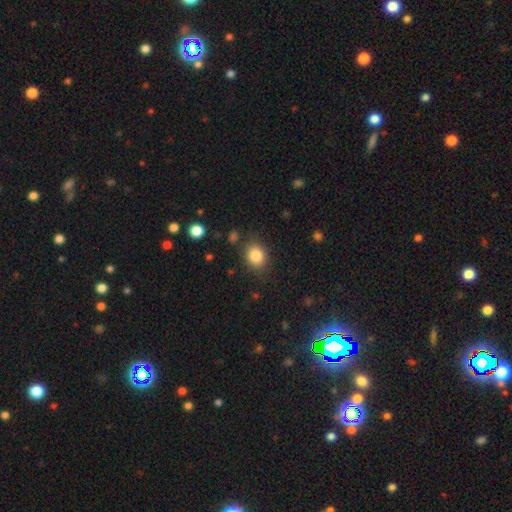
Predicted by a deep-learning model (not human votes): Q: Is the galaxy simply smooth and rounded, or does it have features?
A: smooth — 84%.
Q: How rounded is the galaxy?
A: round — 56%.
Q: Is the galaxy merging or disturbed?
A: none — 84%.